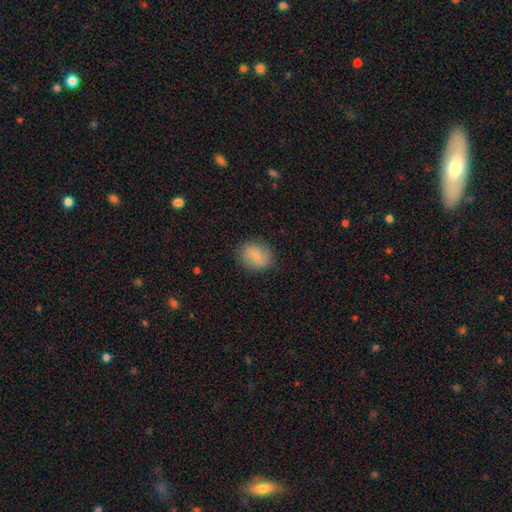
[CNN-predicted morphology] Smooth or featured? smooth (78%)
How rounded? round (57%)
Merging? none (84%)